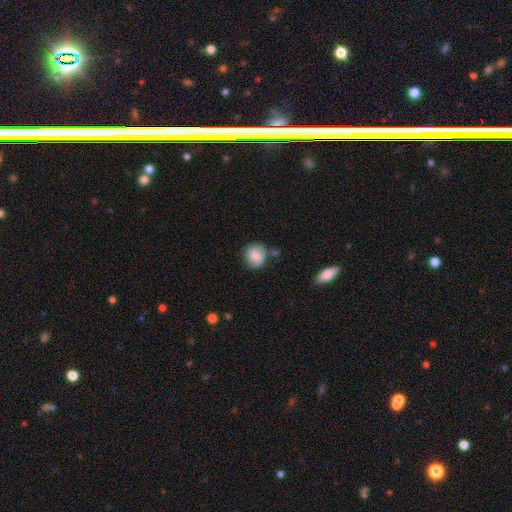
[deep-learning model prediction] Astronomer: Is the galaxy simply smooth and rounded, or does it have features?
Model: smooth — 84%.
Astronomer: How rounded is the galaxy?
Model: round — 71%.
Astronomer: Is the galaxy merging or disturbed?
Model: none — 66%.